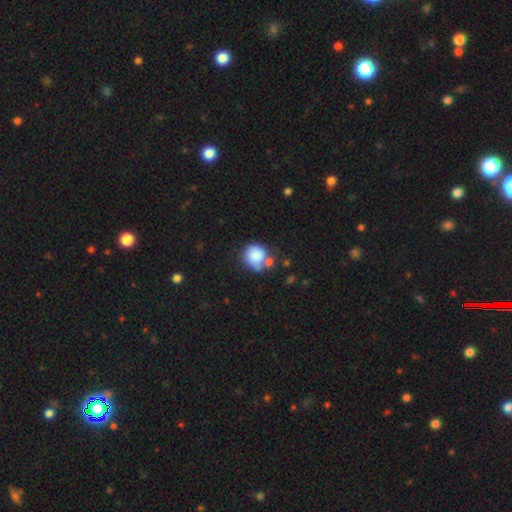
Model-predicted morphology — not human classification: This is likely a smooth galaxy (78%). How rounded: clearly round (82%). Merging: marginally none (41%).